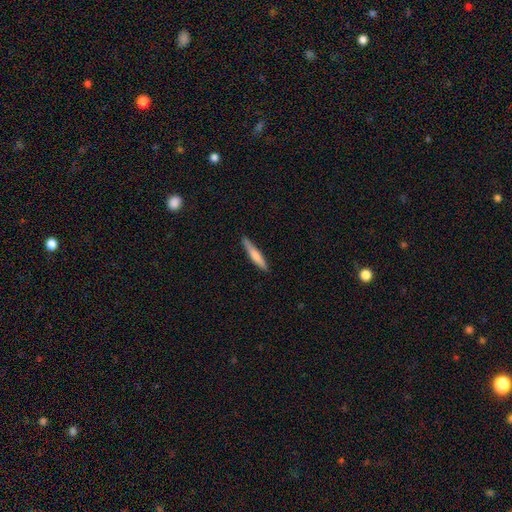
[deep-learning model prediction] Smooth or featured? smooth (70%)
How rounded? cigar-shaped (92%)
Merging? none (86%)